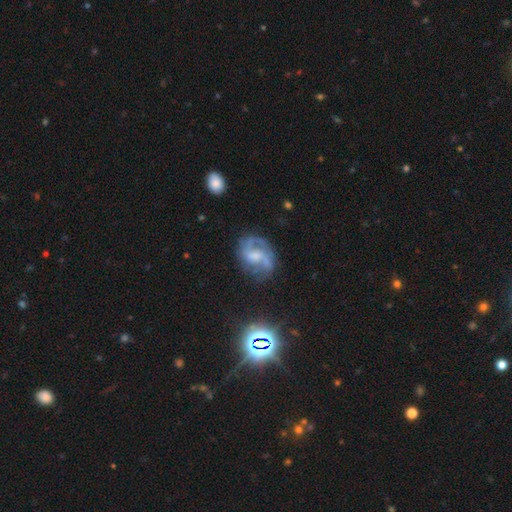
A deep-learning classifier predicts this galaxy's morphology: A featured or disk galaxy (78%) with a weak bar (48%), 2 (70%) medium (50%) spiral arms (91%) and a moderate central bulge (34%).

Vote fractions:
- Smooth or featured? featured or disk: 78% / smooth: 13% / star or artifact: 9%
- Edge-on disk? no: 98% / yes: 2%
- Bar? weak: 48% / no: 39% / strong: 13%
- Spiral arms? yes: 91% / no: 9%
- Spiral winding? medium: 50% / loose: 28% / tight: 22%
- Spiral arm count? 2: 70% / can't tell: 12% / 1: 8% / 3: 7% / 4: 2% / more than 4: 2%
- Bulge size? moderate: 34% / none: 28% / small: 26% / large: 10% / dominant: 2%
- Merging? none: 62% / minor disturbance: 20% / major disturbance: 15% / merger: 3%